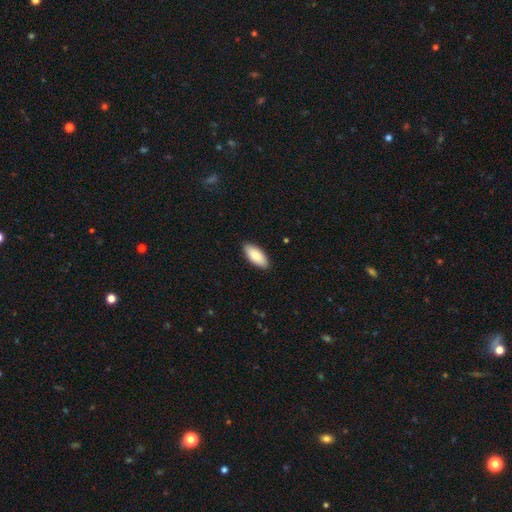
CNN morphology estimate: type=smooth (86%); roundness=in between (86%); merging=none (89%).